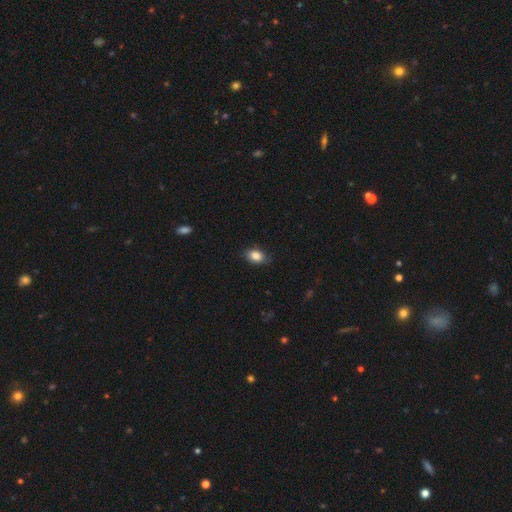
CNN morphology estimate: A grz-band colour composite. It shows a smooth galaxy with no disk features (86%) that is in between round and cigar-shaped (79%). Merging: none (82%).